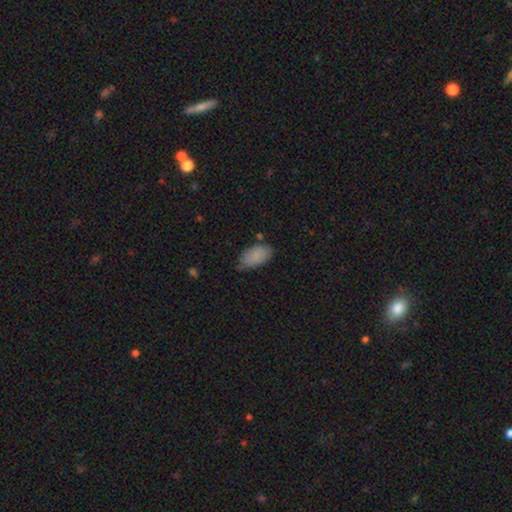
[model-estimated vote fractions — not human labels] smooth 86%, star or artifact 7%, featured or disk 6%. Down the decision tree: how rounded — in between (94%); merging — none (60%).